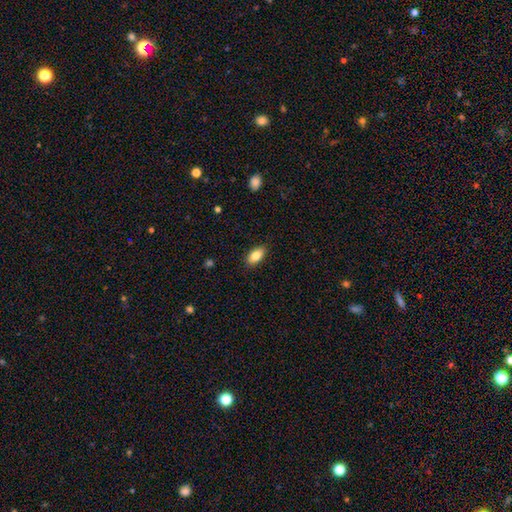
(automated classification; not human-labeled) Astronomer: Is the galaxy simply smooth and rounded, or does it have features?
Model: smooth — 83%.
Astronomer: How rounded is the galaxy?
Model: in between — 90%.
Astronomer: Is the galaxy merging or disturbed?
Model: none — 87%.